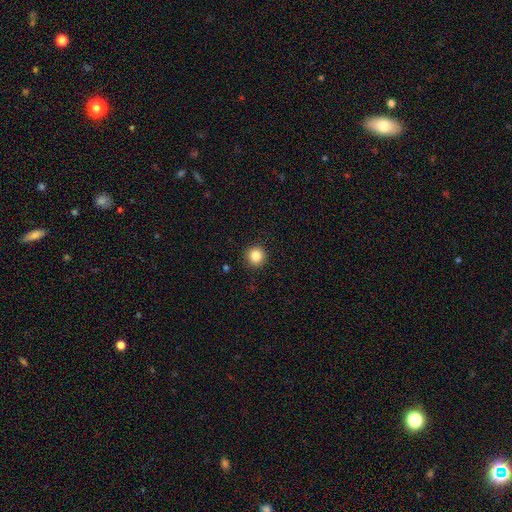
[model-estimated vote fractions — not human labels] smooth-or-featured: smooth: 85% | star or artifact: 10% | featured or disk: 5%
  how-rounded: round: 95% | in between: 4% | cigar-shaped: 1%
  merging: none: 92% | minor disturbance: 5% | major disturbance: 2% | merger: 1%